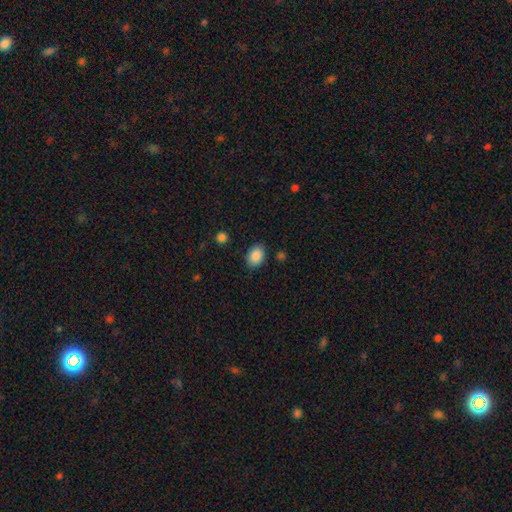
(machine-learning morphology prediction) Smooth or featured? smooth (88%)
How rounded? in between (69%)
Merging? none (84%)